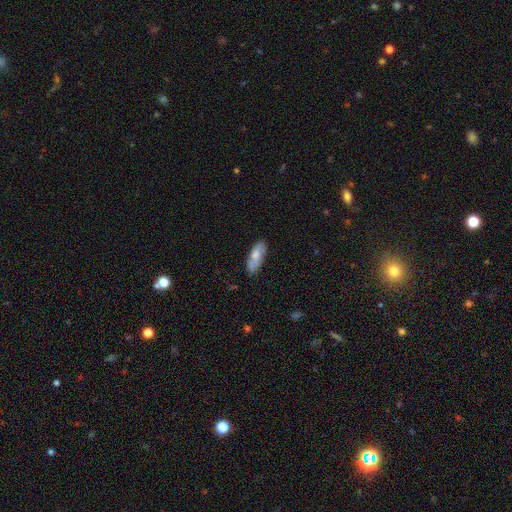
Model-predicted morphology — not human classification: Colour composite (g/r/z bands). It shows a smooth galaxy with no disk features (70%) that is in between round and cigar-shaped (74%). Merging: none (76%).